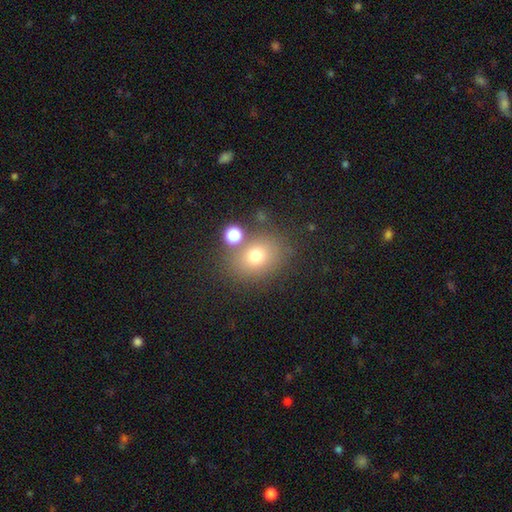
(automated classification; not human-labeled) This appears to be a smooth galaxy with no disk features (71%) that is round (50%). Merging: none (72%).